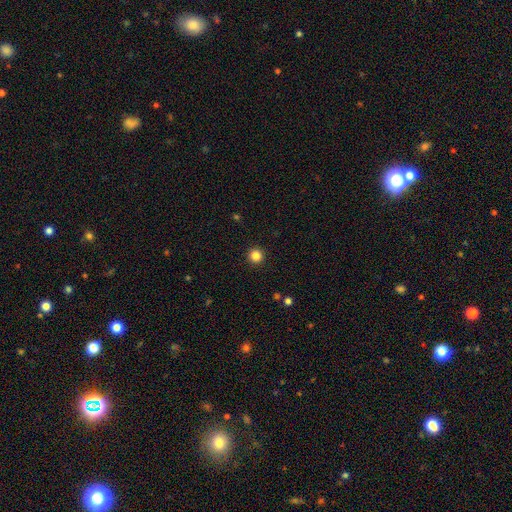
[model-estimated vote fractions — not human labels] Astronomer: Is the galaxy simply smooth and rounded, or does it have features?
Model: smooth — 85%.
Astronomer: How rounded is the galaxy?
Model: round — 96%.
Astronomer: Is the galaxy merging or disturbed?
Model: none — 93%.